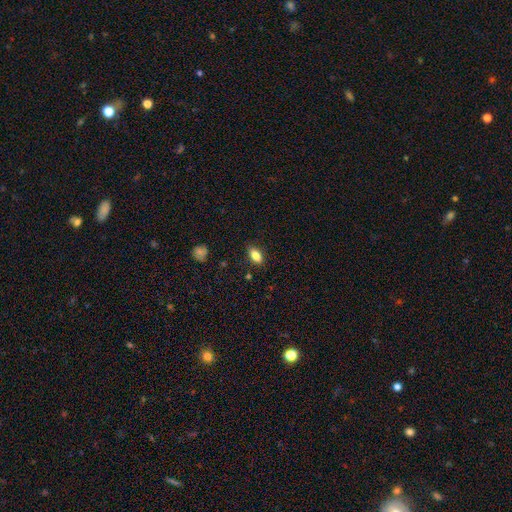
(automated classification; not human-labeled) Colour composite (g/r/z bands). It shows a smooth galaxy with no disk features (82%) that is in between round and cigar-shaped (87%). Merging: none (86%).